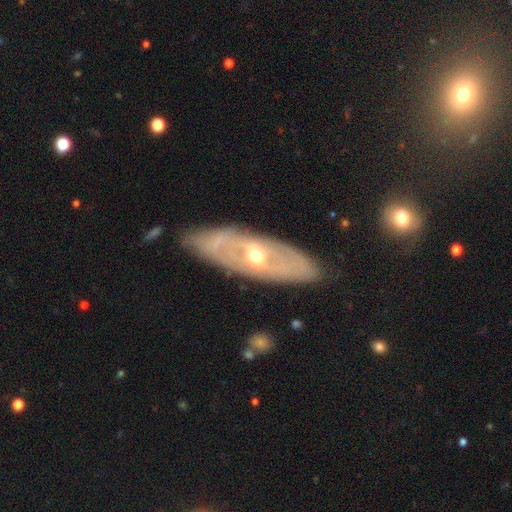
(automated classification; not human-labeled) This is likely a featured or disk galaxy (76%). It is likely not viewed edge-on (75%). Bar: possibly no (51%). Spiral arm pattern: possibly yes (53%). Central bulge: possibly moderate (56%). Merging: clearly none (82%).